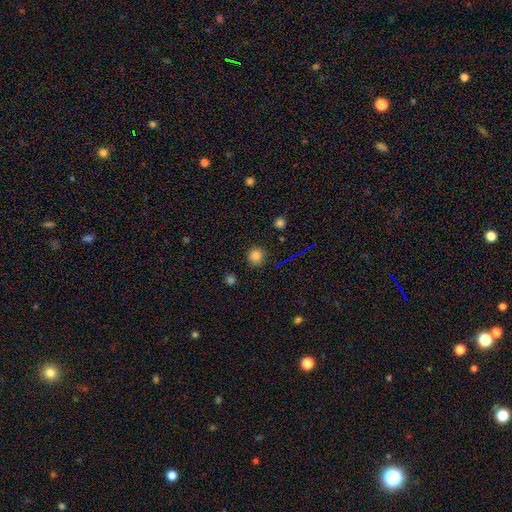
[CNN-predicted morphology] A smooth galaxy with no disk features (81%) that is round (92%).

Vote fractions:
- Smooth or featured? smooth: 81% / star or artifact: 14% / featured or disk: 5%
- How rounded? round: 92% / in between: 7% / cigar-shaped: 1%
- Merging? none: 88% / minor disturbance: 8% / major disturbance: 2% / merger: 2%